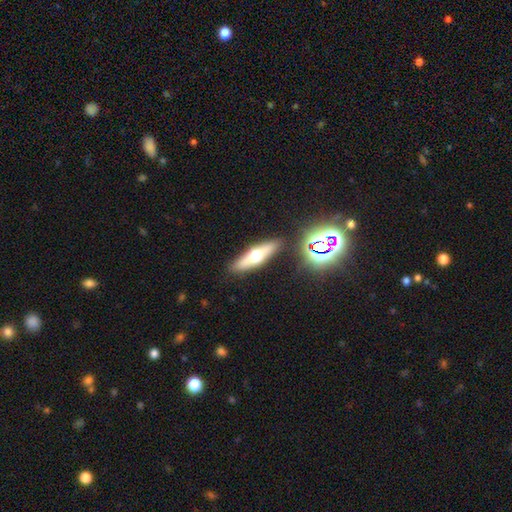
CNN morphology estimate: This is possibly a featured or disk galaxy (47%). Merging: clearly none (87%).